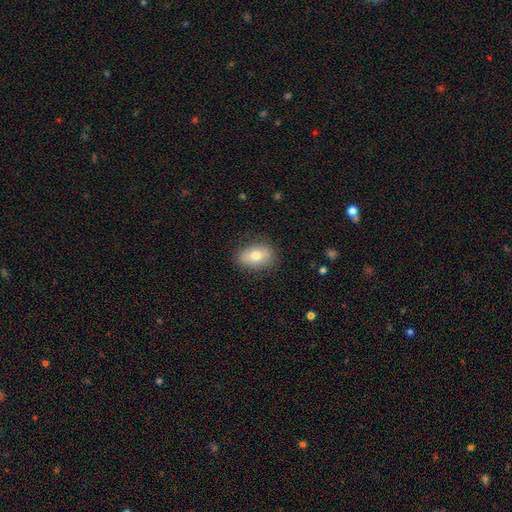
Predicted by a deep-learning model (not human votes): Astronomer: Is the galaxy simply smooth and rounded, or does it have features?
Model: smooth — 74%.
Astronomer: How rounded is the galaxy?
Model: in between — 83%.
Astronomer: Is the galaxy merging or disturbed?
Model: none — 83%.